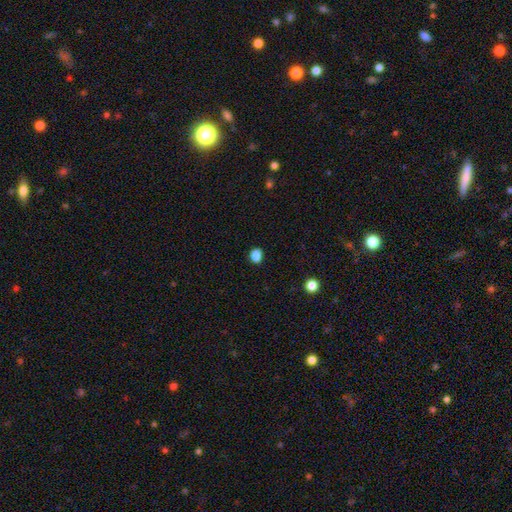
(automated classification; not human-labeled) A smooth galaxy with no disk features (85%) that is in between round and cigar-shaped (55%).

Vote fractions:
- Smooth or featured? smooth: 85% / star or artifact: 12% / featured or disk: 3%
- How rounded? in between: 55% / round: 44% / cigar-shaped: 1%
- Merging? none: 83% / minor disturbance: 12% / merger: 3% / major disturbance: 3%